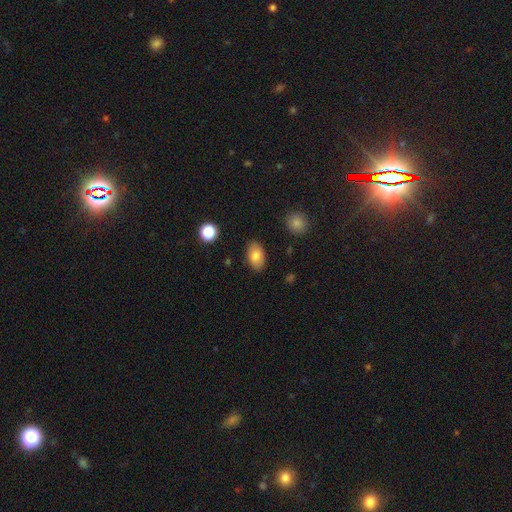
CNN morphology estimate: A smooth galaxy with no disk features (81%) that is in between round and cigar-shaped (90%). Merging: none (86%).